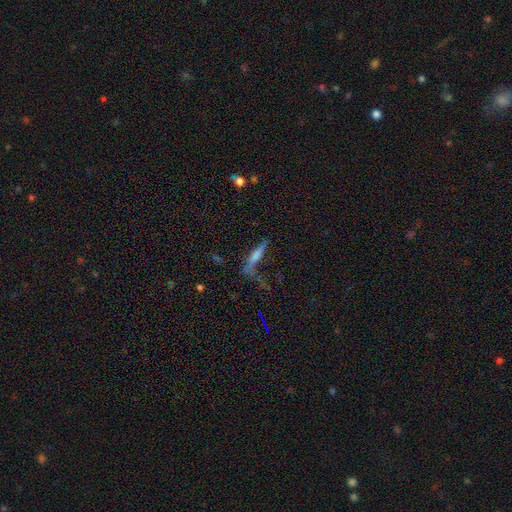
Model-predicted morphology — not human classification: smooth_or_featured: smooth (p=0.47) [alt: featured or disk p=0.40]
merging: none (p=0.41) [alt: major disturbance p=0.28]